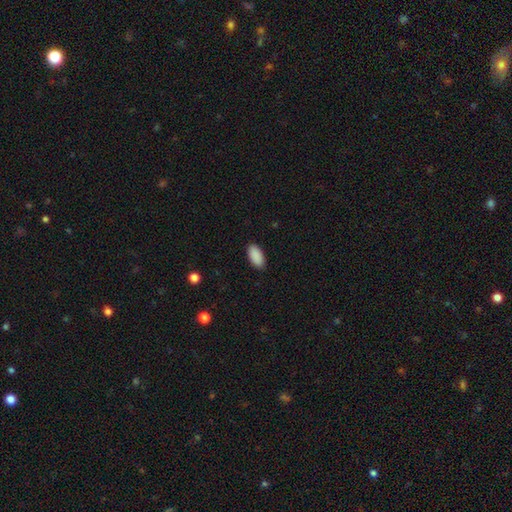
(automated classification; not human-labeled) smooth-or-featured: smooth: 91% | star or artifact: 7% | featured or disk: 3%
  how-rounded: in between: 94% | cigar-shaped: 3% | round: 2%
  merging: none: 89% | minor disturbance: 8% | major disturbance: 2% | merger: 1%